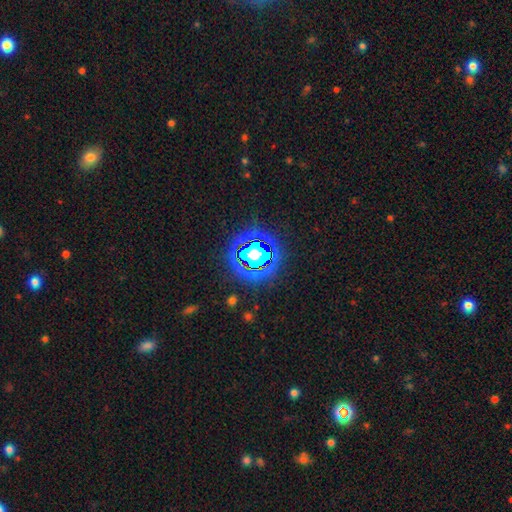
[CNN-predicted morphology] Smooth or featured: star or artifact — 61% (smooth — 27%)